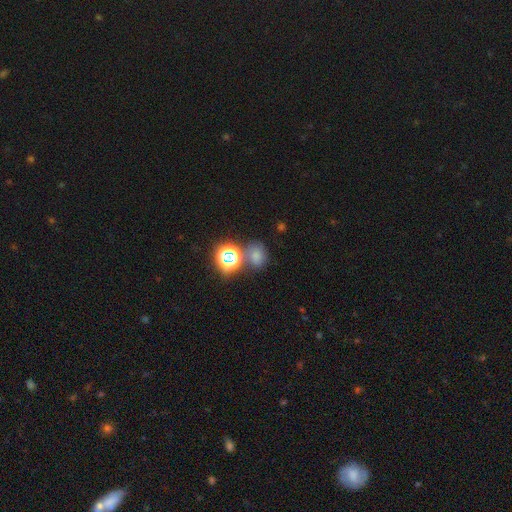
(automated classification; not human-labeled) A smooth galaxy with no disk features (61%) that is round (55%).

Vote fractions:
- Smooth or featured? smooth: 61% / star or artifact: 30% / featured or disk: 9%
- How rounded? round: 55% / in between: 43% / cigar-shaped: 1%
- Merging? none: 57% / merger: 22% / minor disturbance: 15% / major disturbance: 7%